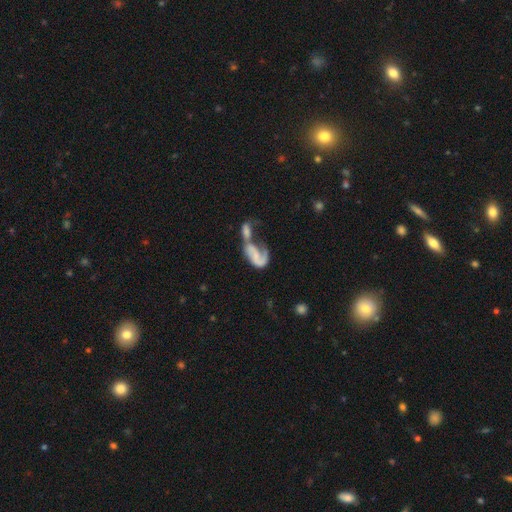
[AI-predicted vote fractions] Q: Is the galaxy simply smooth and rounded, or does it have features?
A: featured or disk — 62%.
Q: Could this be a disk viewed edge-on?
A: no — 96%.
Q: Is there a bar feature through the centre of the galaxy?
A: no — 57%.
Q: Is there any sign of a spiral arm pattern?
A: yes — 75%.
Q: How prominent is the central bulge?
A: none — 51%.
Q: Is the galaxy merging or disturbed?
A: merger — 64%.